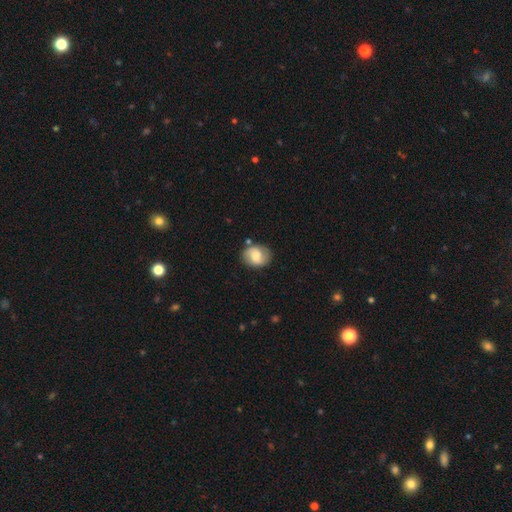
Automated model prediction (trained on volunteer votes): Morphology: type=smooth (48%); merging=none (75%).